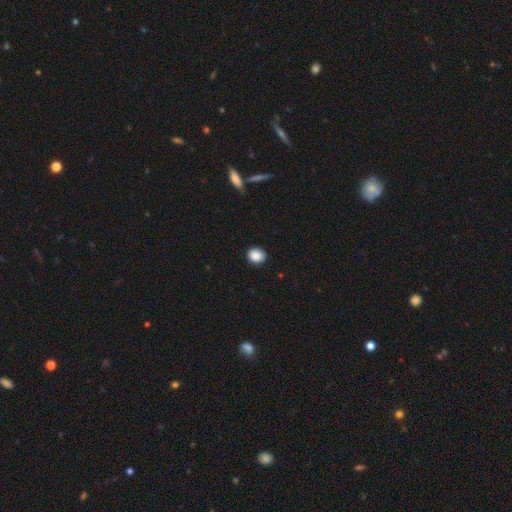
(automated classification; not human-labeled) Smooth or featured? Predicted: smooth (p=0.88). How rounded? Predicted: round (p=0.67). Merging? Predicted: none (p=0.89).